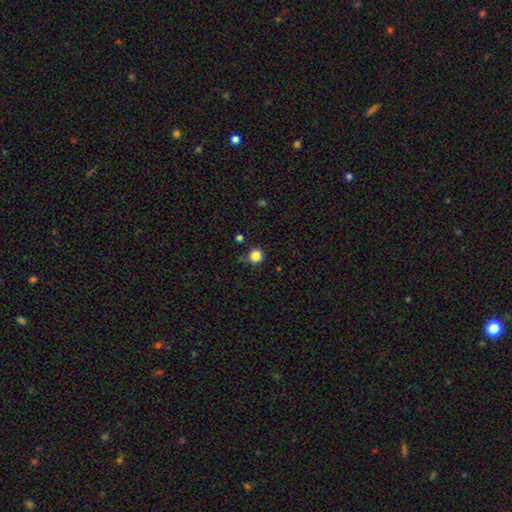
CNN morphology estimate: smooth_or_featured: smooth (p=0.85) [alt: star or artifact p=0.11]
how_rounded: round (p=0.92) [alt: in between p=0.07]
merging: none (p=0.84) [alt: minor disturbance p=0.10]